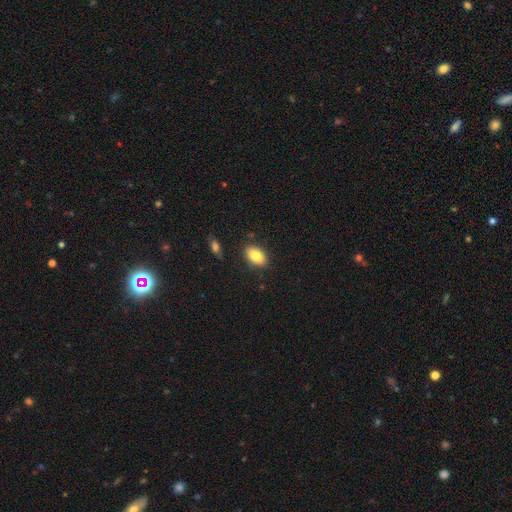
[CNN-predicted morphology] Smooth or featured? smooth (84%)
How rounded? in between (91%)
Merging? none (86%)